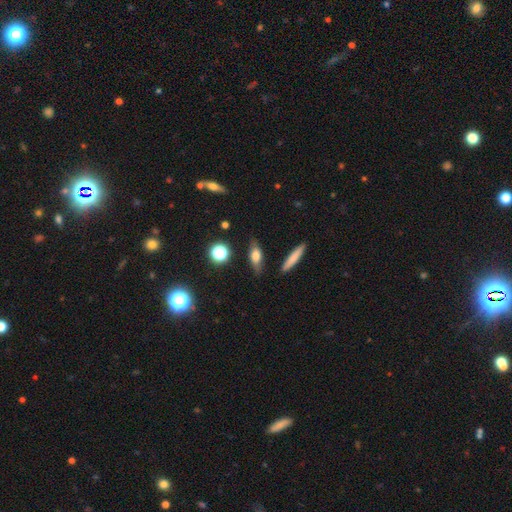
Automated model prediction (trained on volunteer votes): A smooth galaxy with no disk features (62%) that is in between round and cigar-shaped (52%). Merging: none (80%).